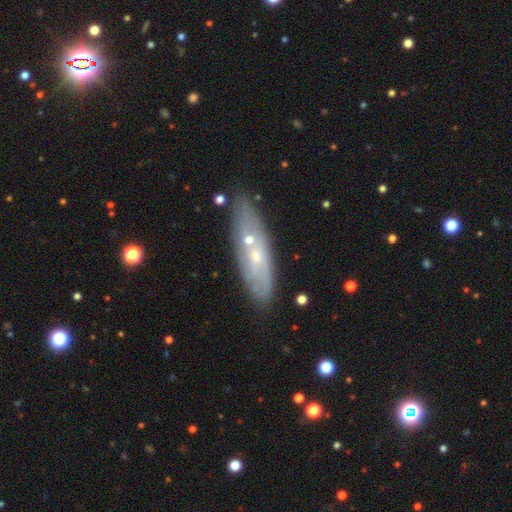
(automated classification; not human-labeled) Smooth or featured? featured or disk (56%)
Edge-on disk? no (69%)
Merging? none (75%)